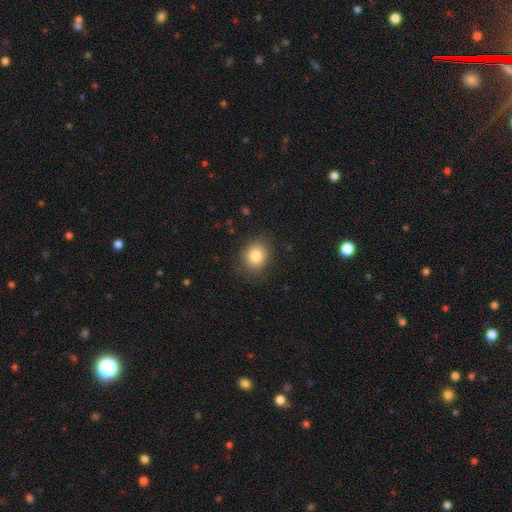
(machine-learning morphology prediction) smooth-or-featured: smooth: 84% | star or artifact: 10% | featured or disk: 7%
  how-rounded: round: 69% | in between: 30% | cigar-shaped: 1%
  merging: none: 86% | minor disturbance: 10% | major disturbance: 3% | merger: 1%